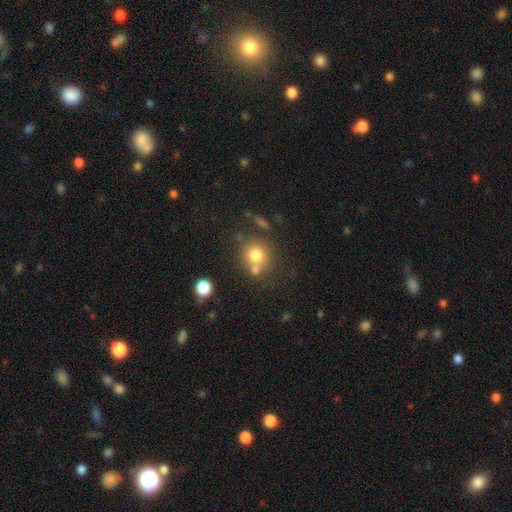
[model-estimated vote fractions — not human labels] smooth_or_featured: smooth (p=0.75) [alt: star or artifact p=0.12]
how_rounded: round (p=0.84) [alt: in between p=0.15]
merging: none (p=0.59) [alt: merger p=0.25]